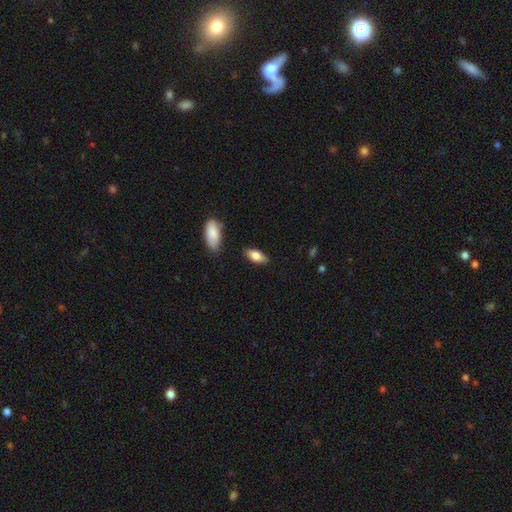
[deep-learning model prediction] smooth_or_featured: smooth (p=0.76) [alt: featured or disk p=0.18]
how_rounded: in between (p=0.82) [alt: cigar-shaped p=0.16]
merging: none (p=0.81) [alt: minor disturbance p=0.13]